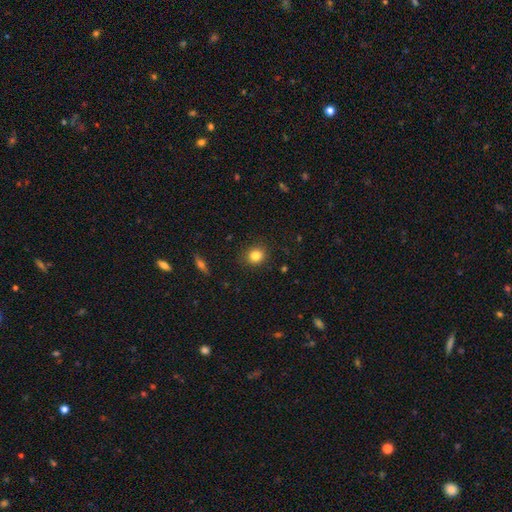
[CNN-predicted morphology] This appears to be a smooth galaxy with no disk features (82%) that is round (84%). Merging: none (90%).